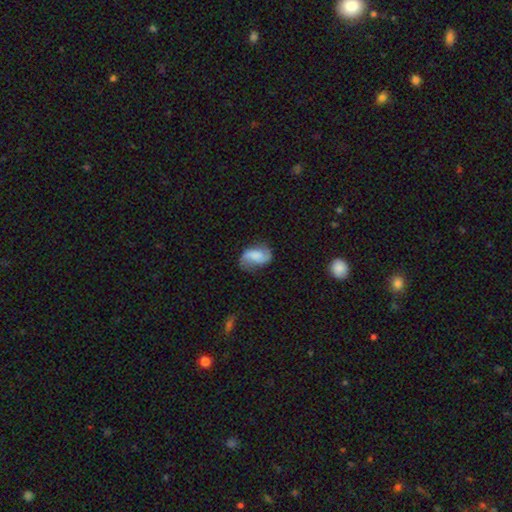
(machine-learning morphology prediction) type=featured or disk (62%); edge-on=no (97%); bar=no (47%); spiral arms=yes (92%); winding=loose (58%); arm count=2 (88%); bulge=none (46%); merging=none (63%).